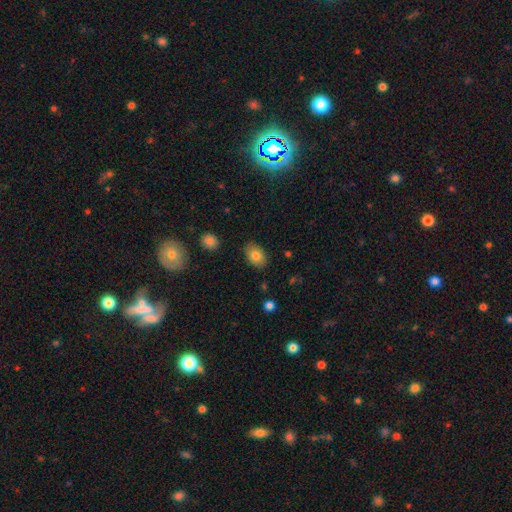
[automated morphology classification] Smooth or featured: smooth — 81% (featured or disk — 11%)
How rounded: in between — 84% (round — 15%)
Merging: none — 83% (minor disturbance — 12%)